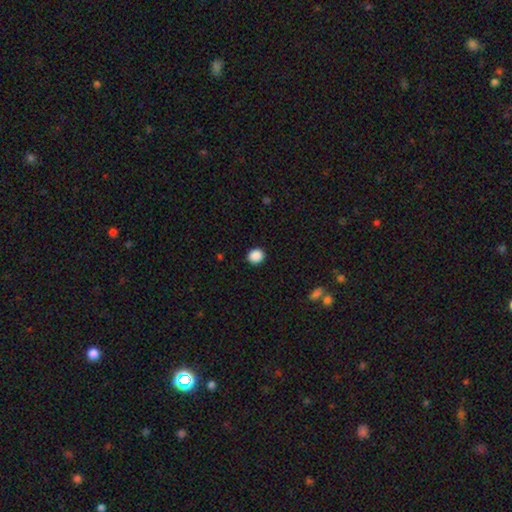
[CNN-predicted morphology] Q: Smooth or featured?
A: smooth (89%); runner-up: star or artifact (9%)
Q: How rounded?
A: round (85%); runner-up: in between (14%)
Q: Merging?
A: none (92%); runner-up: minor disturbance (5%)